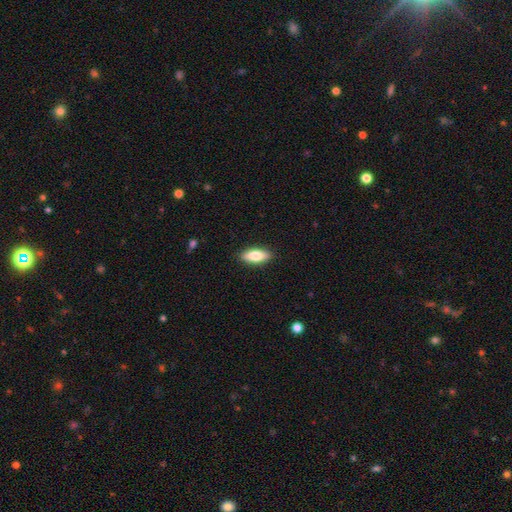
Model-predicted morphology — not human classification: smooth 78%, featured or disk 16%, star or artifact 6%. Down the decision tree: how rounded — in between (77%); merging — none (89%).